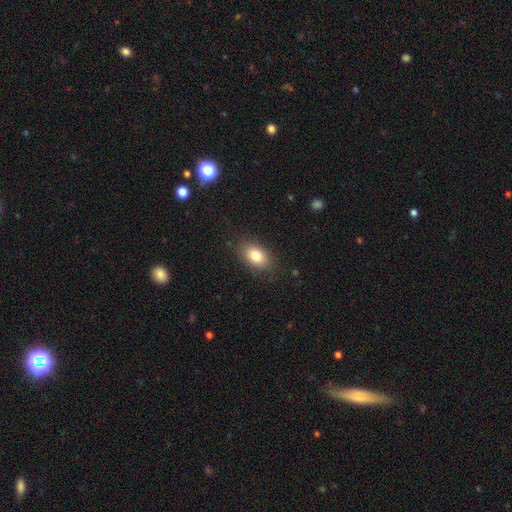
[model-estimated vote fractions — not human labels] Smooth or featured? Predicted: smooth (p=0.81). How rounded? Predicted: in between (p=0.86). Merging? Predicted: none (p=0.84).